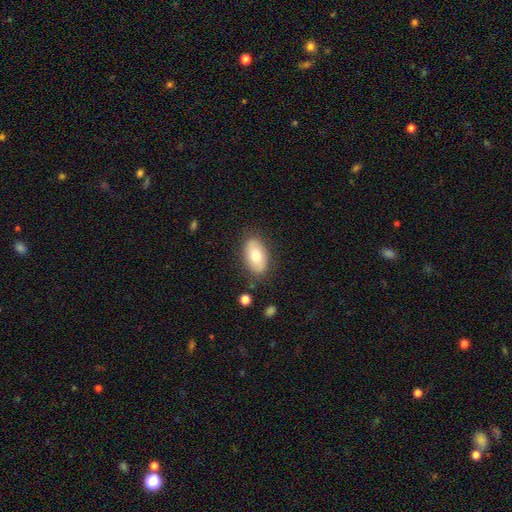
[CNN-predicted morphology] Overall: smooth (68%). How rounded: in between (93%). Merging: none (82%).